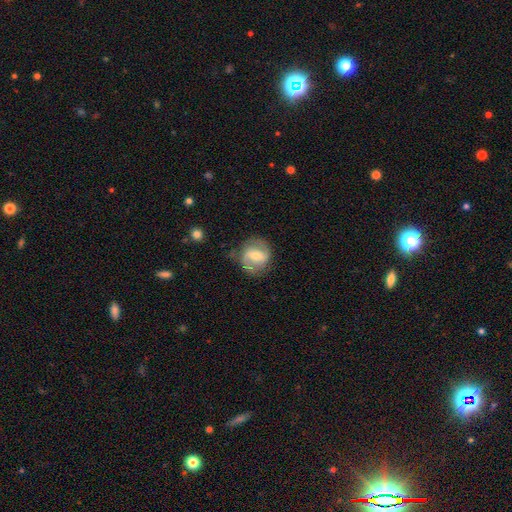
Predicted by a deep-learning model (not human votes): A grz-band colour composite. It shows a featured or disk galaxy (68%) with a weak bar (43%), 2 (85%) medium (48%) spiral arms (83%) and a moderate central bulge (55%). Merging: none (74%).